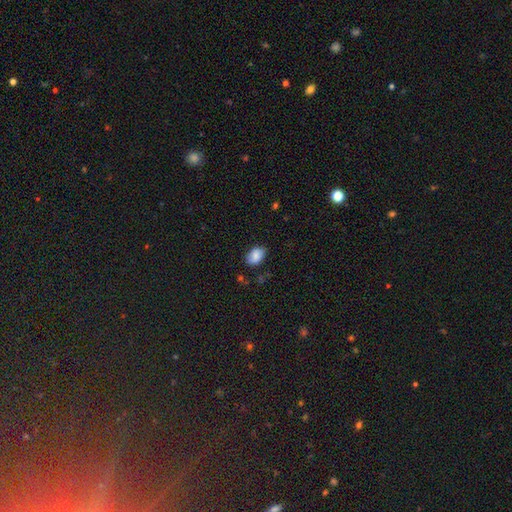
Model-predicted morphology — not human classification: Smooth or featured?
  - smooth: 82% *
  - featured or disk: 11%
  - star or artifact: 8%
How rounded?
  - in between: 86% *
  - round: 13%
  - cigar-shaped: 1%
Merging?
  - none: 77% *
  - minor disturbance: 18%
  - major disturbance: 3%
  - merger: 2%